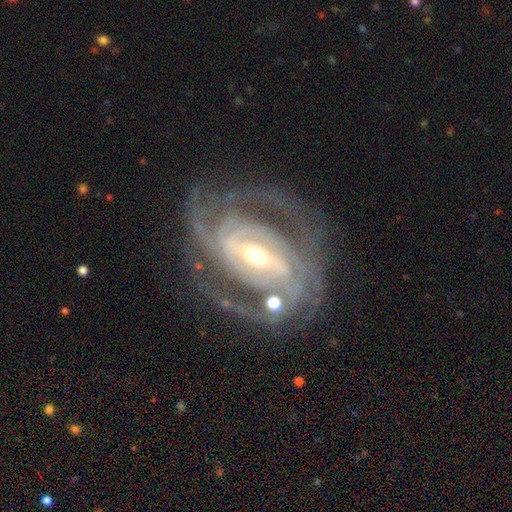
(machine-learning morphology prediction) Smooth or featured?
  - featured or disk: 91% *
  - star or artifact: 5%
  - smooth: 4%
Edge-on disk?
  - no: 96% *
  - yes: 4%
Bar?
  - strong: 58% *
  - weak: 30%
  - no: 12%
Spiral arms?
  - yes: 97% *
  - no: 3%
Spiral winding?
  - tight: 62% *
  - medium: 32%
  - loose: 6%
Spiral arm count?
  - 2: 29% *
  - 3: 26%
  - can't tell: 19%
  - 4: 14%
  - more than 4: 6%
  - 1: 6%
Bulge size?
  - moderate: 49% *
  - small: 45%
  - large: 4%
  - none: 1%
  - dominant: 1%
Merging?
  - none: 69% *
  - minor disturbance: 16%
  - major disturbance: 11%
  - merger: 4%